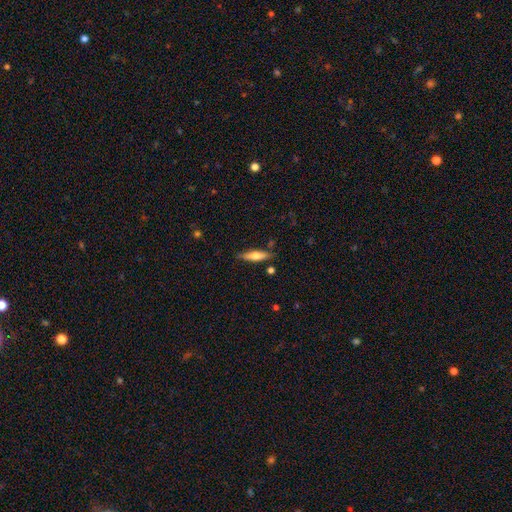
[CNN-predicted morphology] The model was most divided on "smooth or featured": smooth: 53%, featured or disk: 41%, star or artifact: 6%. More confident: merging — none (81%); how rounded — cigar-shaped (69%).